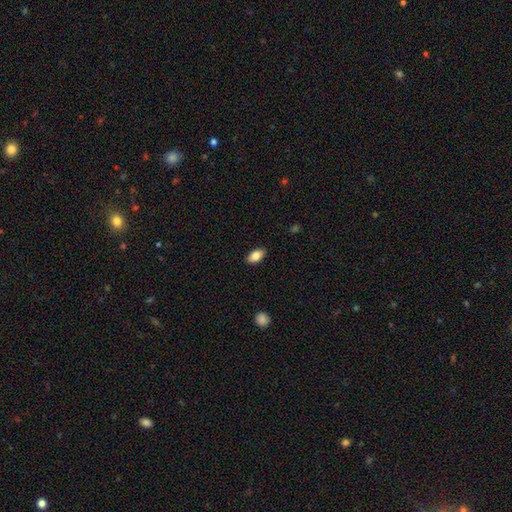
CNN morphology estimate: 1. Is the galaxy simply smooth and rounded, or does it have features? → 82% smooth, 11% featured or disk, 7% star or artifact.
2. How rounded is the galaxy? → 92% in between, 5% round, 4% cigar-shaped.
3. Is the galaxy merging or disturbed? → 88% none, 9% minor disturbance, 2% major disturbance, 1% merger.